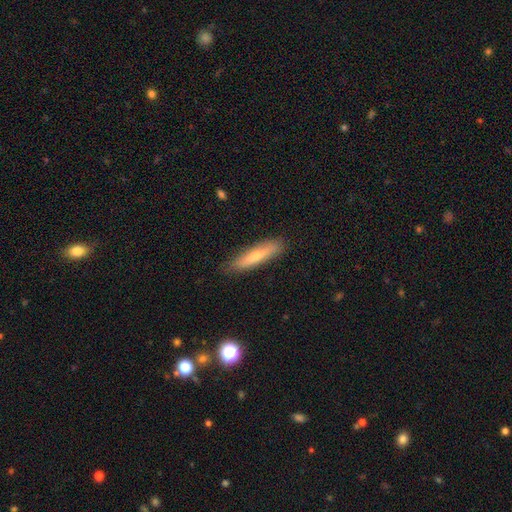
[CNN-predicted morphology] Smooth or featured? Predicted: smooth (p=0.58). How rounded? Predicted: cigar-shaped (p=0.83). Merging? Predicted: none (p=0.86).